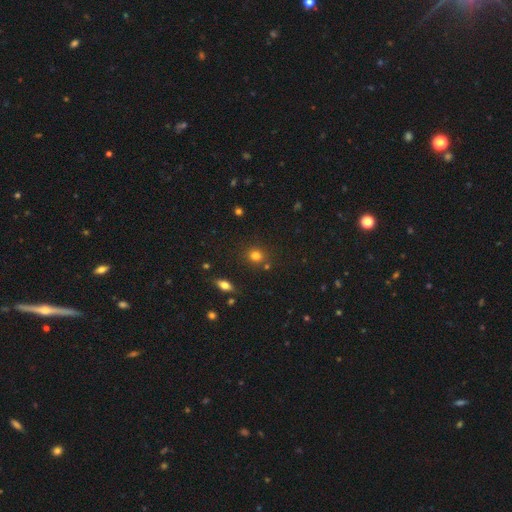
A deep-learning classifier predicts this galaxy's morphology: smooth 78%, star or artifact 15%, featured or disk 7%. Down the decision tree: how rounded — round (83%); merging — none (81%).